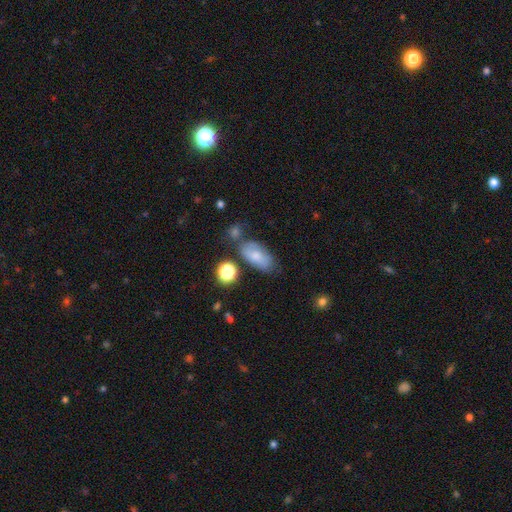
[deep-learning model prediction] smooth_or_featured: smooth (p=0.66) [alt: featured or disk p=0.23]
how_rounded: in between (p=0.89) [alt: round p=0.06]
merging: none (p=0.52) [alt: minor disturbance p=0.25]